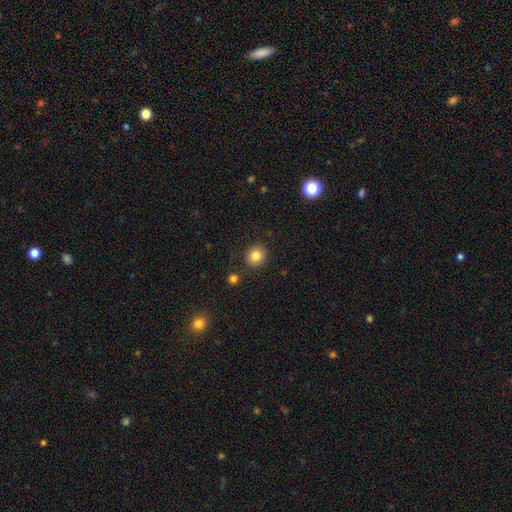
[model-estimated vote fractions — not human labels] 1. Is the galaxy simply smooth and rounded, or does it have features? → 84% smooth, 10% star or artifact, 6% featured or disk.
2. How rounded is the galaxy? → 80% round, 19% in between, 1% cigar-shaped.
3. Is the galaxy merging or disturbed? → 87% none, 8% minor disturbance, 3% merger, 2% major disturbance.